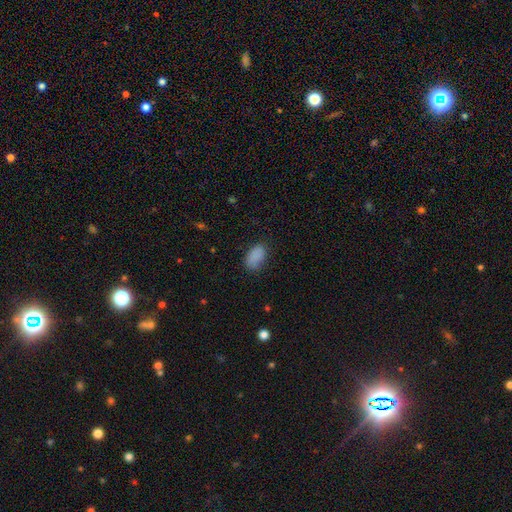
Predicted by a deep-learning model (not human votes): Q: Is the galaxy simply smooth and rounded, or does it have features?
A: smooth — 86%.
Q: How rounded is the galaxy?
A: in between — 92%.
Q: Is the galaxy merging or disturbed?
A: none — 71%.